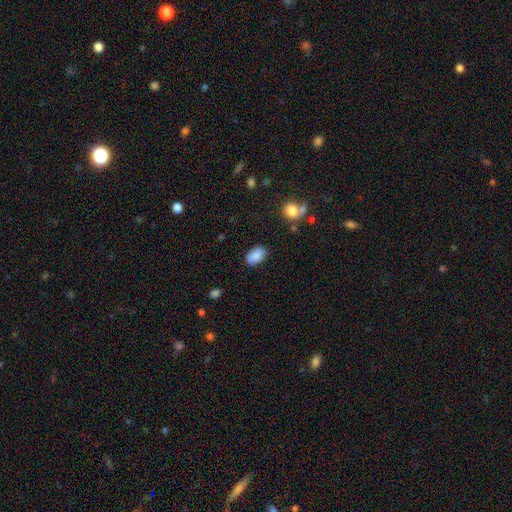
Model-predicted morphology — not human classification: The model was most divided on "merging": none: 83%, minor disturbance: 13%, major disturbance: 3%, merger: 2%. More confident: how rounded — in between (90%); smooth or featured — smooth (85%).